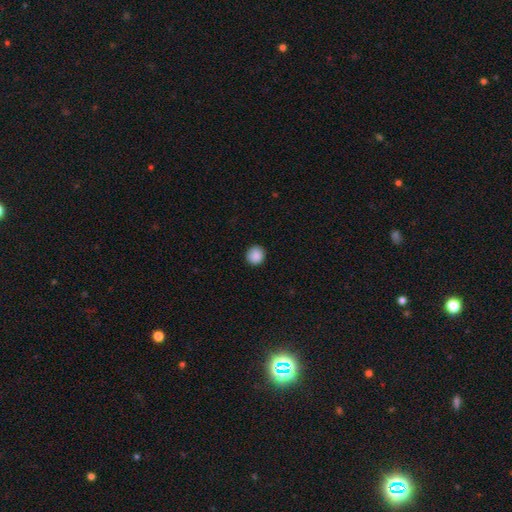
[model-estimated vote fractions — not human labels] Smooth or featured? smooth (89%)
How rounded? round (93%)
Merging? none (92%)